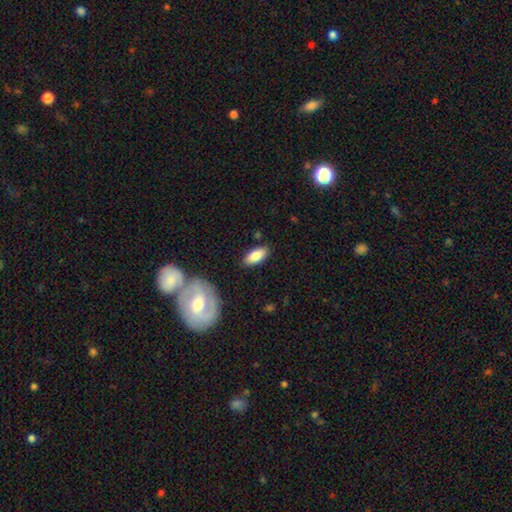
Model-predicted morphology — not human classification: smooth-or-featured: smooth: 84% | featured or disk: 10% | star or artifact: 6%
  how-rounded: in between: 88% | cigar-shaped: 10% | round: 2%
  merging: none: 85% | minor disturbance: 11% | major disturbance: 2% | merger: 2%